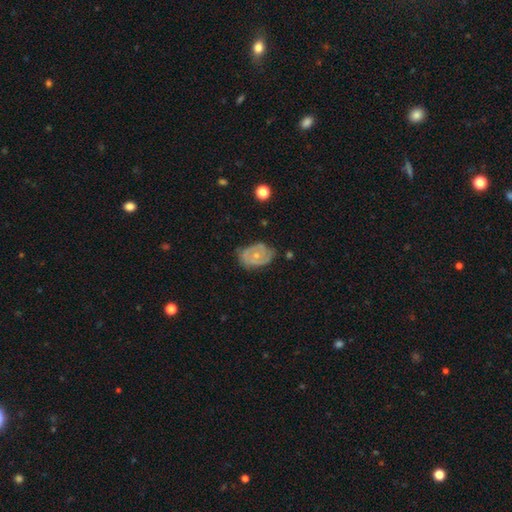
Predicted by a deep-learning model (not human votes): A featured or disk galaxy (62%) with no bar (82%), spiral arms (62%) and a small central bulge (57%). Merging: none (59%).